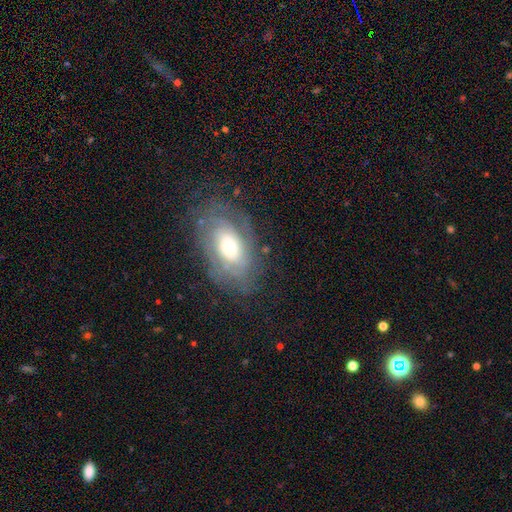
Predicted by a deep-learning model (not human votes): This appears to be a smooth galaxy with no disk features (46%). Merging: none (81%).